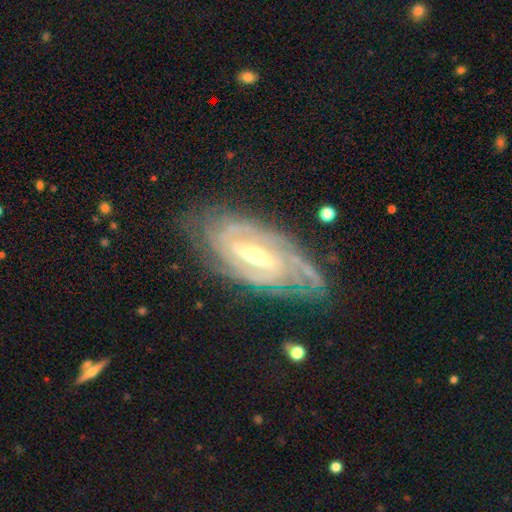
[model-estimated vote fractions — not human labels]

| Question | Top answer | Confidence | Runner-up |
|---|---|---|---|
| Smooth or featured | featured or disk | 89% | smooth (6%) |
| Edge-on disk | no | 92% | yes (8%) |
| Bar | strong | 48% | weak (38%) |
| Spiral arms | yes | 96% | no (4%) |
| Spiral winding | tight | 72% | medium (23%) |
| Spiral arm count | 2 | 29% | can't tell (26%) |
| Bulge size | moderate | 56% | small (38%) |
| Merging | none | 74% | minor disturbance (19%) |